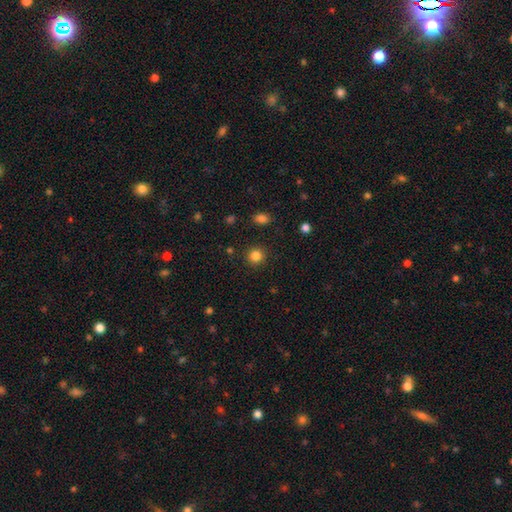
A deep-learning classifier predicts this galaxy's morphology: type=smooth (84%); roundness=round (92%); merging=none (90%).